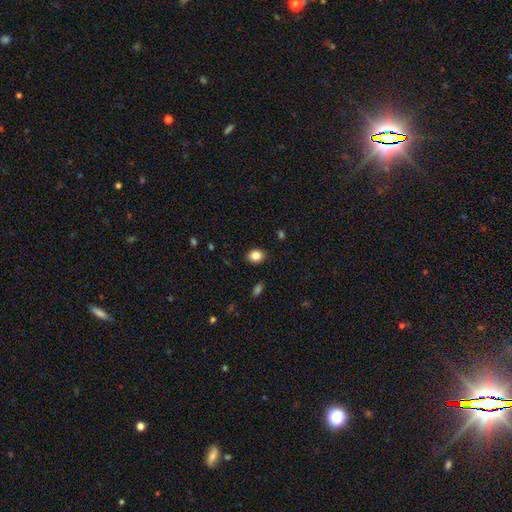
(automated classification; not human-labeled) Smooth or featured?
  - smooth: 85% *
  - star or artifact: 9%
  - featured or disk: 6%
How rounded?
  - in between: 57% *
  - round: 42%
  - cigar-shaped: 1%
Merging?
  - none: 88% *
  - minor disturbance: 9%
  - major disturbance: 2%
  - merger: 1%